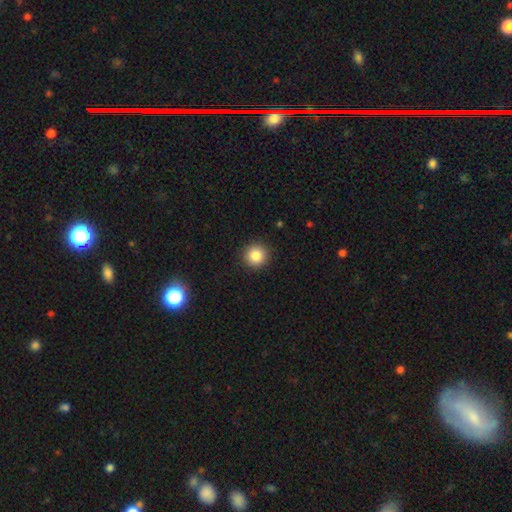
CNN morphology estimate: This is clearly a smooth galaxy (84%). How rounded: clearly round (95%). Merging: clearly none (92%).